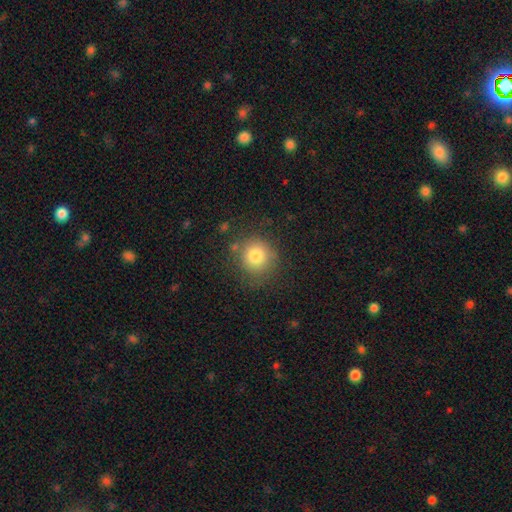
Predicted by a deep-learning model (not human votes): The model was most divided on "merging": none: 78%, minor disturbance: 14%, major disturbance: 5%, merger: 3%. More confident: how rounded — round (91%); smooth or featured — smooth (80%).